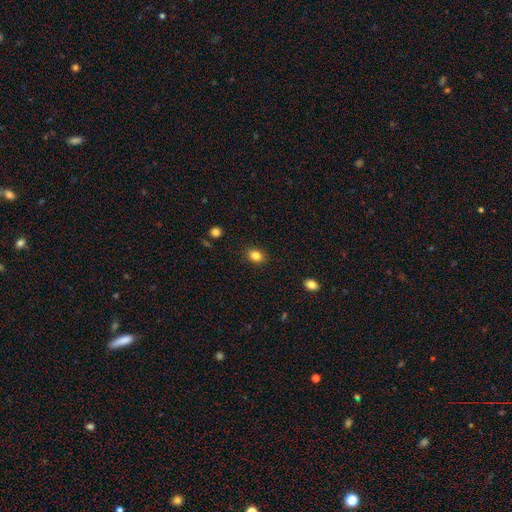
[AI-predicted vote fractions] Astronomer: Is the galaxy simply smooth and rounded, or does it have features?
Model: smooth — 84%.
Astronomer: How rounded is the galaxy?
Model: in between — 53% (runner-up: round, 46%).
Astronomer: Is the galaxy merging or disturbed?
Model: none — 88%.